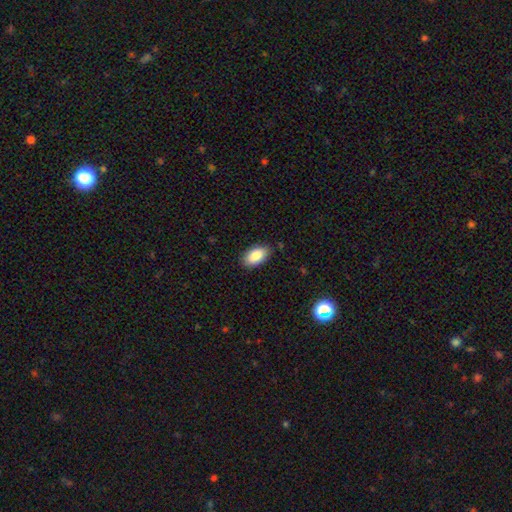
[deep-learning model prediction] Overall: smooth (88%). How rounded: in between (95%). Merging: none (86%).